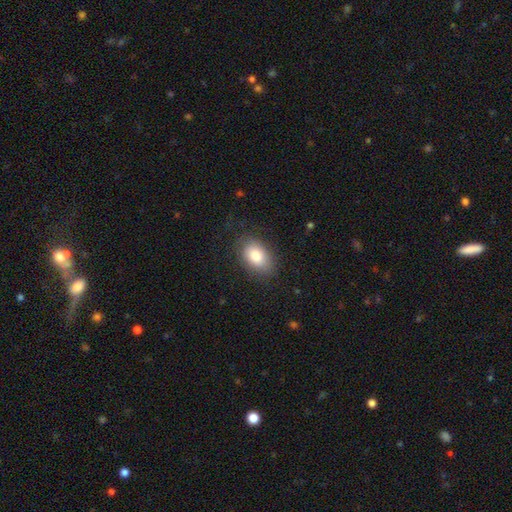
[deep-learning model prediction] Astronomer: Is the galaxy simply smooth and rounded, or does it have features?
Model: smooth — 84%.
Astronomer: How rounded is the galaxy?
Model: in between — 89%.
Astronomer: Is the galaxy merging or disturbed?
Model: none — 79%.